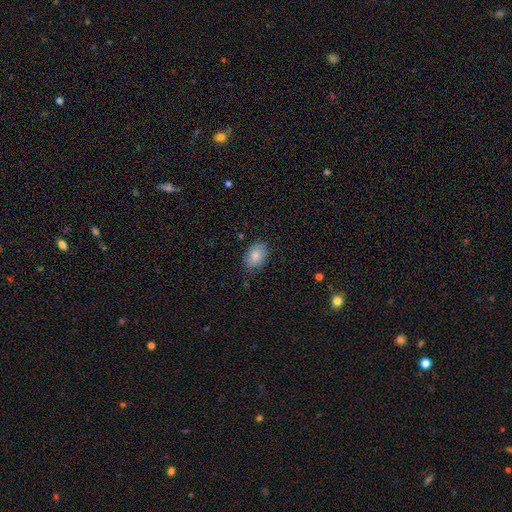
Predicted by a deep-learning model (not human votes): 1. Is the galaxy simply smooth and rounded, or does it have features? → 85% smooth, 8% featured or disk, 7% star or artifact.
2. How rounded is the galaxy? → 85% in between, 14% round, 1% cigar-shaped.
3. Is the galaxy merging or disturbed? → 81% none, 15% minor disturbance, 3% major disturbance, 1% merger.